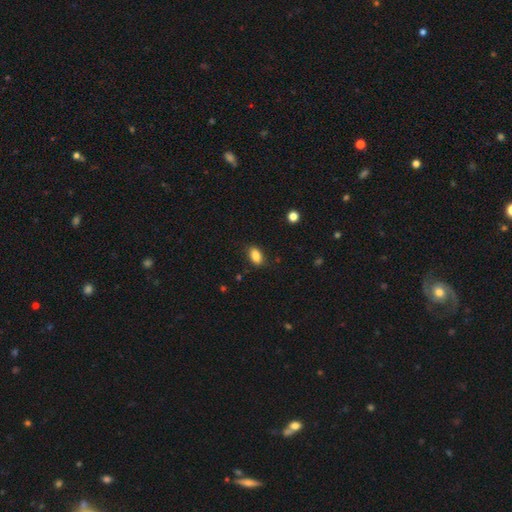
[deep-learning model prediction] smooth_or_featured: smooth (p=0.87) [alt: star or artifact p=0.09]
how_rounded: in between (p=0.89) [alt: round p=0.08]
merging: none (p=0.83) [alt: minor disturbance p=0.13]